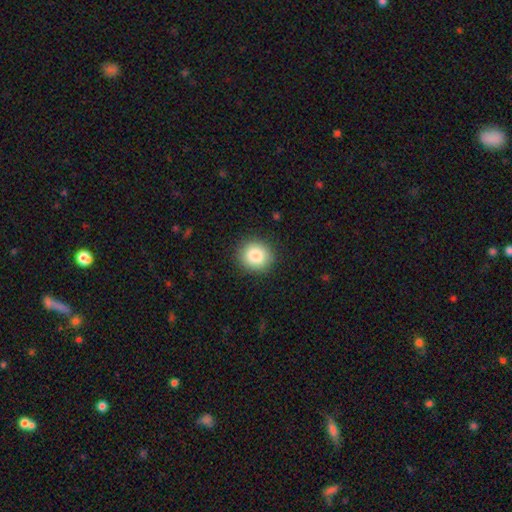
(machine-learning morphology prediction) smooth-or-featured: smooth: 86% | star or artifact: 9% | featured or disk: 6%
  how-rounded: round: 86% | in between: 13% | cigar-shaped: 1%
  merging: none: 90% | minor disturbance: 7% | major disturbance: 2% | merger: 1%